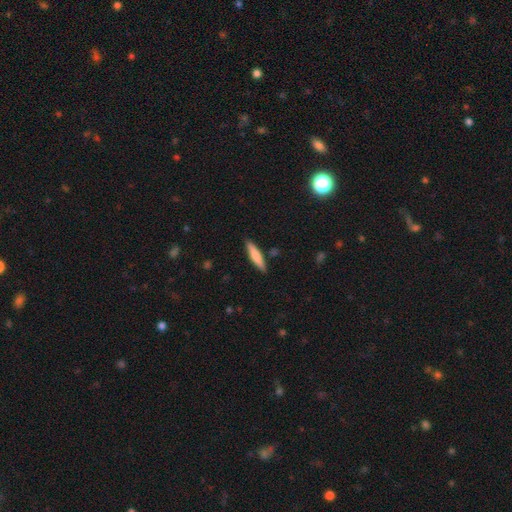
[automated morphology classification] Overall: smooth (74%). How rounded: cigar-shaped (84%). Merging: none (87%).